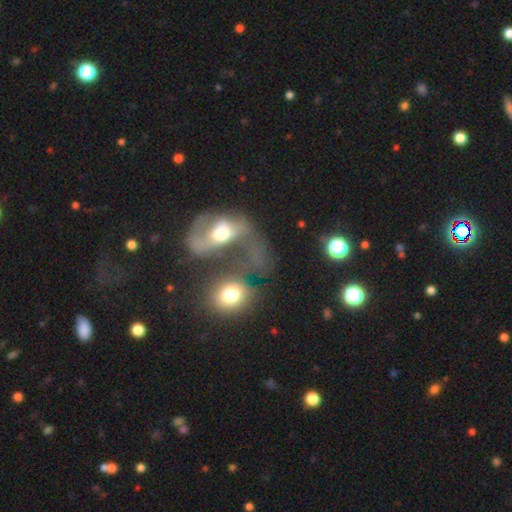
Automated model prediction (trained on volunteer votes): Overall: featured or disk (49%; smooth 38%). Merging: merger (47%; major disturbance 23%).